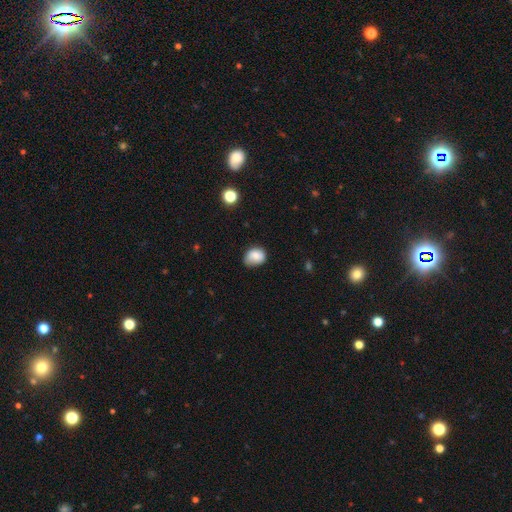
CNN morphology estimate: smooth 80%, featured or disk 11%, star or artifact 9%. Down the decision tree: how rounded — in between (50%); merging — none (58%).